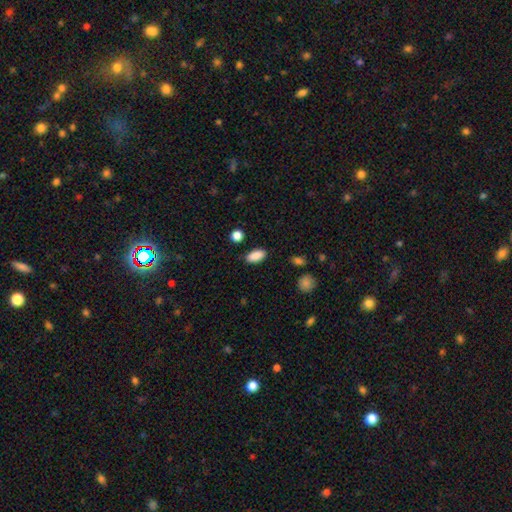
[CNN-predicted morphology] Overall: smooth (89%). How rounded: in between (89%). Merging: none (86%).